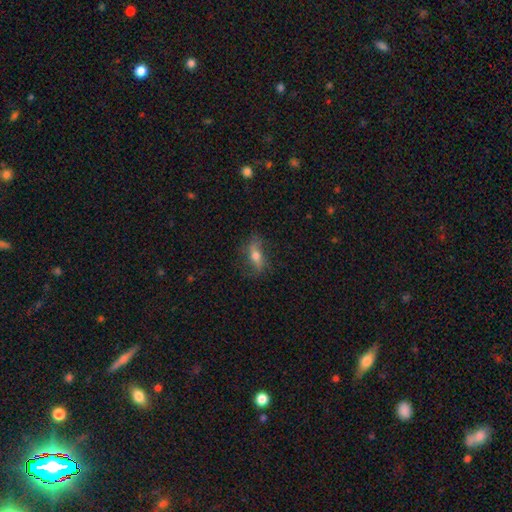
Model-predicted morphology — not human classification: smooth-or-featured: featured or disk: 47% | smooth: 43% | star or artifact: 10%
  merging: none: 73% | minor disturbance: 19% | major disturbance: 7% | merger: 1%